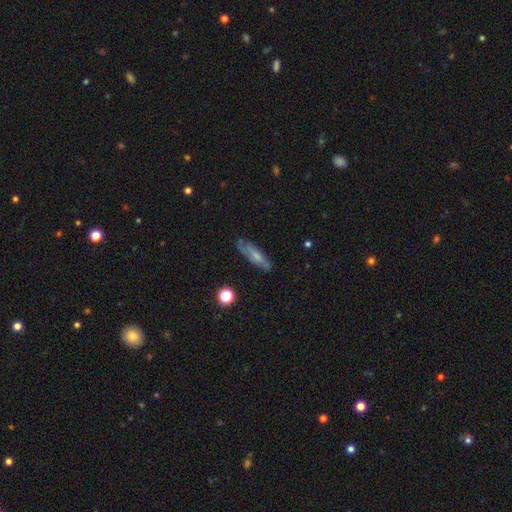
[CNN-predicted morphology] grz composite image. It shows a smooth galaxy with no disk features (54%) that is cigar-shaped (64%). Merging: none (75%).